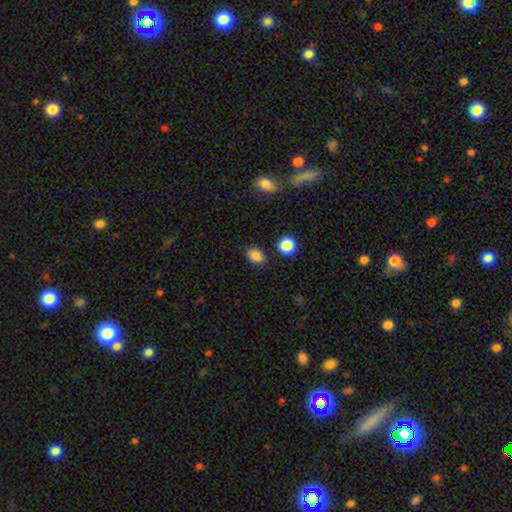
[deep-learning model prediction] This is clearly a smooth galaxy (85%). How rounded: likely in between (71%). Merging: clearly none (84%).